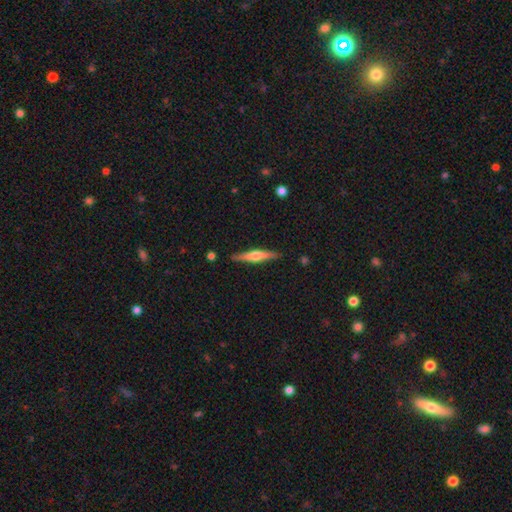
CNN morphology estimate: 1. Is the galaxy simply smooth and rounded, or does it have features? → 57% featured or disk, 37% smooth, 6% star or artifact.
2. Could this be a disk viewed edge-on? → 96% yes, 4% no.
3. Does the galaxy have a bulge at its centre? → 86% rounded, 8% boxy, 7% none.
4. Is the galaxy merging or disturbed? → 89% none, 8% minor disturbance, 2% major disturbance, 1% merger.